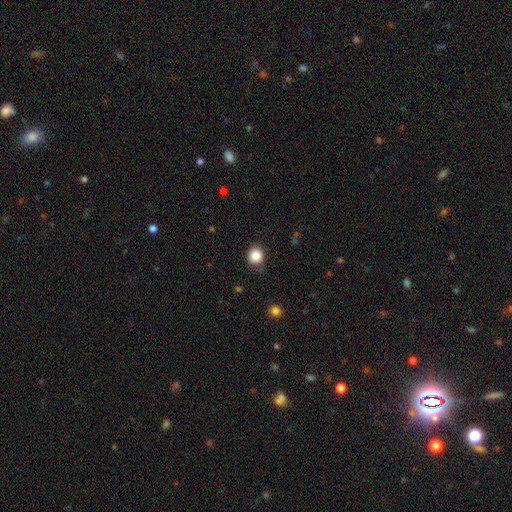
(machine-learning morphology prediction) The model was most divided on "how rounded": round: 81%, in between: 18%, cigar-shaped: 1%. More confident: smooth or featured — smooth (86%); merging — none (79%).